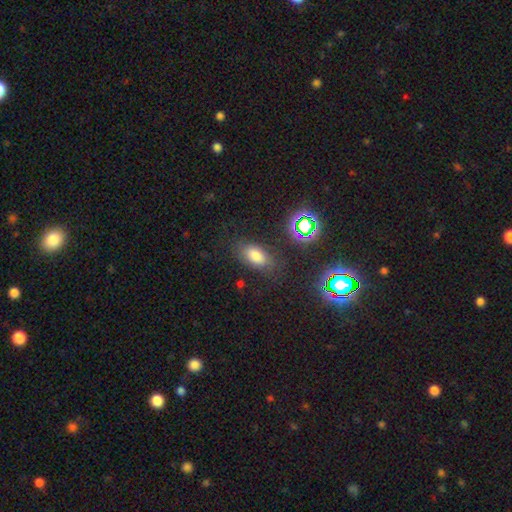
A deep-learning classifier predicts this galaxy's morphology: A smooth galaxy with no disk features (72%) that is in between round and cigar-shaped (88%). Merging: none (76%).